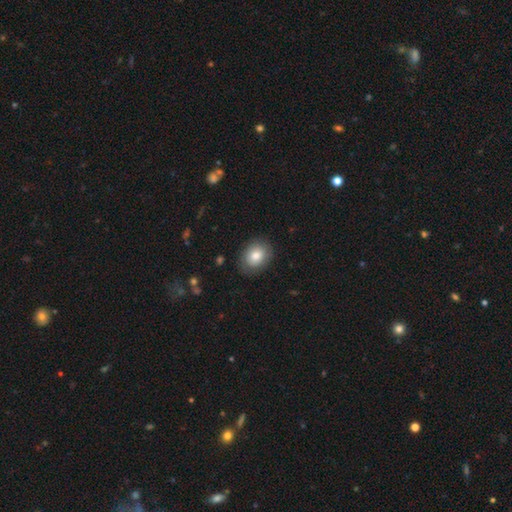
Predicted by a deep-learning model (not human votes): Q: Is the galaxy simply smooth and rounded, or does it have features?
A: smooth — 81%.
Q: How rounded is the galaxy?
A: in between — 53%.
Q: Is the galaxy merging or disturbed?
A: none — 84%.